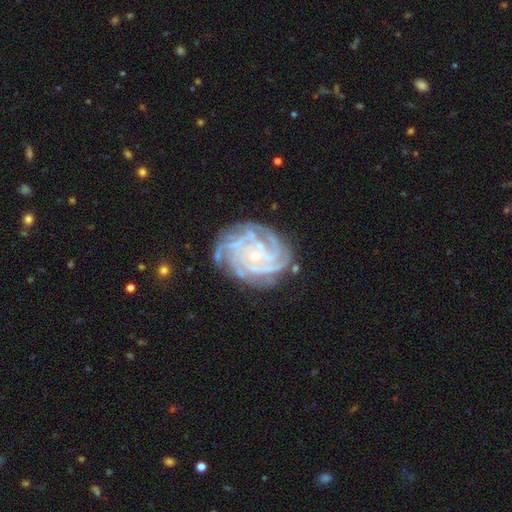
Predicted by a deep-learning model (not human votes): Smooth or featured? featured or disk (90%)
Edge-on disk? no (98%)
Bar? no (73%)
Spiral arms? yes (98%)
Spiral winding? tight (78%)
Spiral arm count? more than 4 (32%)
Bulge size? small (79%)
Merging? none (77%)